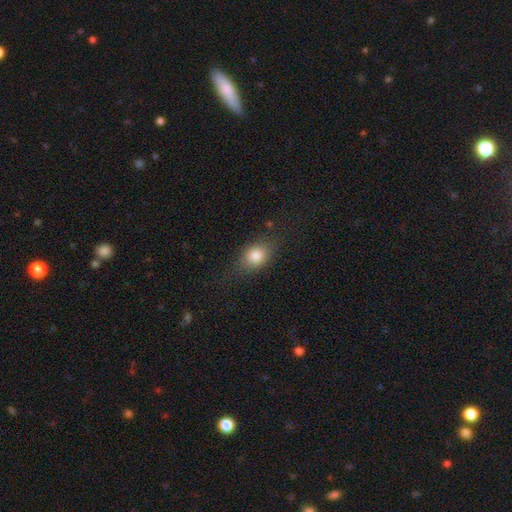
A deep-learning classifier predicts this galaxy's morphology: smooth 81%, featured or disk 10%, star or artifact 9%. Down the decision tree: how rounded — in between (63%); merging — none (70%).